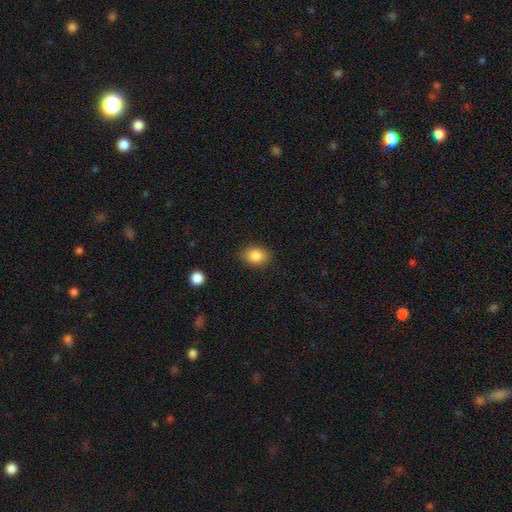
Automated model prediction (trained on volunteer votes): Smooth or featured? smooth (86%)
How rounded? in between (71%)
Merging? none (84%)